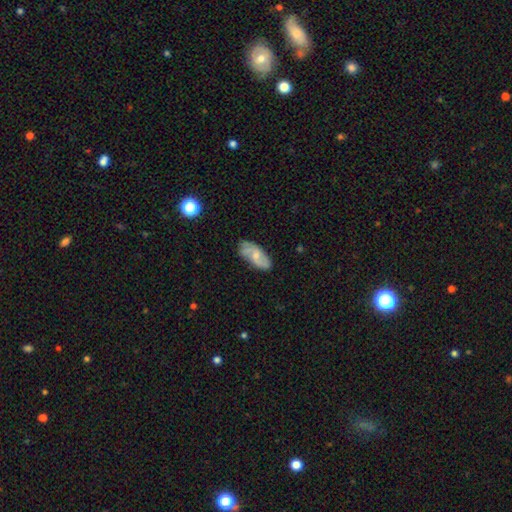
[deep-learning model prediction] smooth_or_featured: featured or disk (p=0.54) [alt: smooth p=0.40]
disk_edge_on: no (p=0.92) [alt: yes p=0.08]
merging: none (p=0.71) [alt: minor disturbance p=0.22]